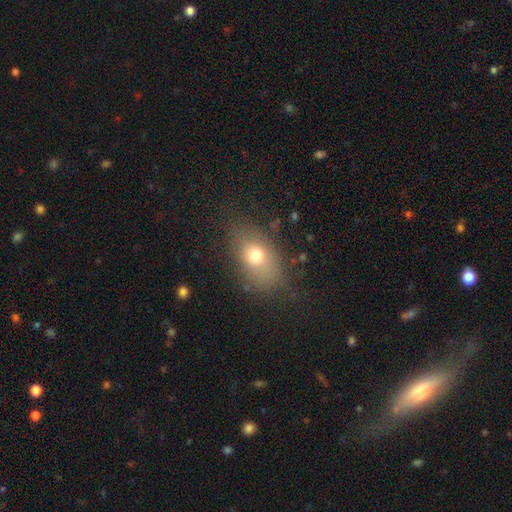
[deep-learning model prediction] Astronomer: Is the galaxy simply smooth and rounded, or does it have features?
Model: smooth — 71%.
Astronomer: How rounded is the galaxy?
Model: in between — 77%.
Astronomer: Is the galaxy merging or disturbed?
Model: none — 72%.